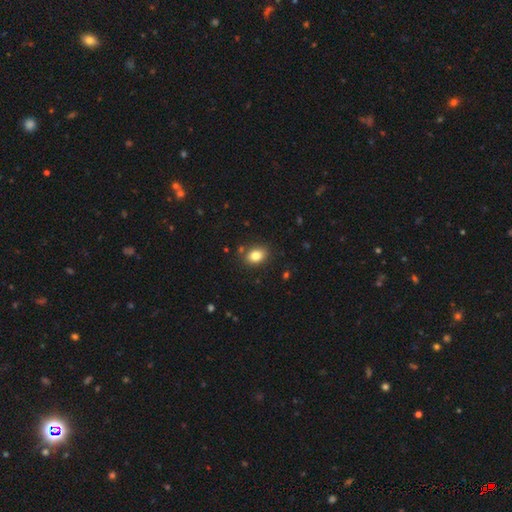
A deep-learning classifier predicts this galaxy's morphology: A smooth galaxy with no disk features (82%) that is in between round and cigar-shaped (69%).

Vote fractions:
- Smooth or featured? smooth: 82% / star or artifact: 10% / featured or disk: 8%
- How rounded? in between: 69% / round: 30% / cigar-shaped: 1%
- Merging? none: 84% / minor disturbance: 10% / merger: 3% / major disturbance: 3%